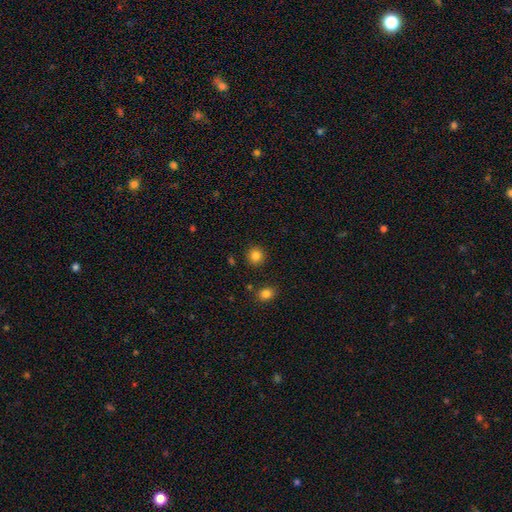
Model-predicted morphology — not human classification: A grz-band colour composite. It shows a smooth galaxy with no disk features (83%) that is round (92%). Merging: none (90%).